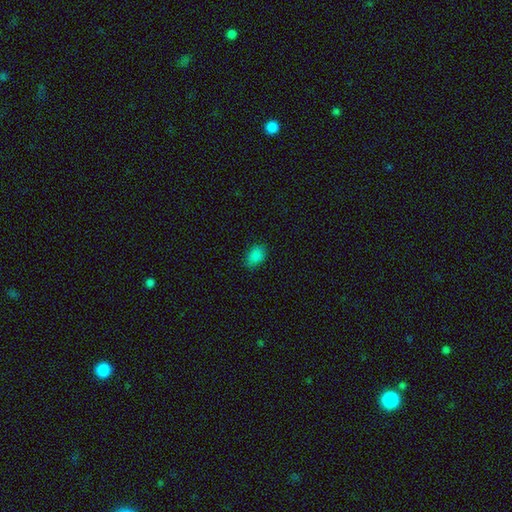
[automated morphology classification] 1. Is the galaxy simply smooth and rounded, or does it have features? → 84% smooth, 12% star or artifact, 4% featured or disk.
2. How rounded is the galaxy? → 82% in between, 17% round, 1% cigar-shaped.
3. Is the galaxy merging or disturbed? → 80% none, 16% minor disturbance, 3% major disturbance, 1% merger.